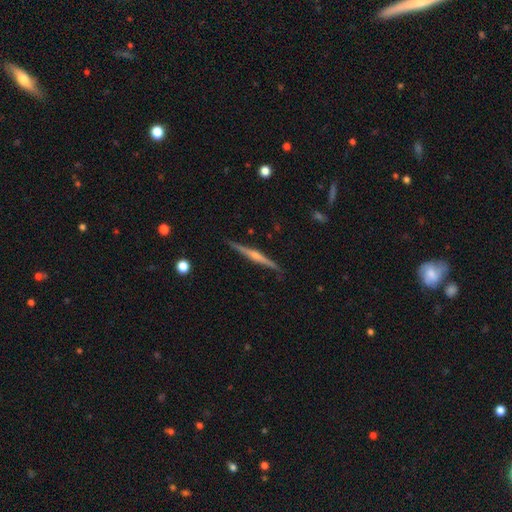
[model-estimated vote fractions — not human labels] Overall: featured or disk (78%). Edge-on disk: yes (98%). Edge-on bulge: rounded (77%). Merging: none (88%).